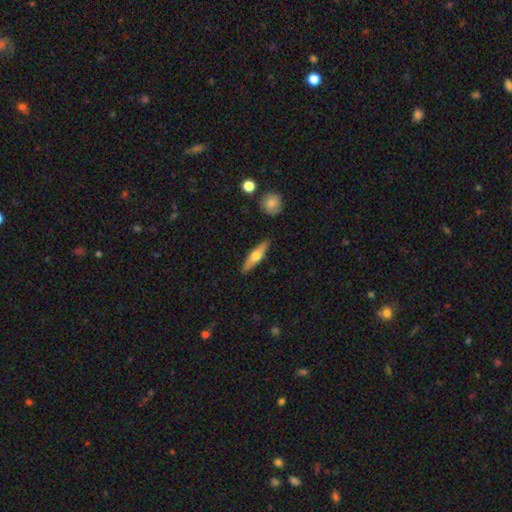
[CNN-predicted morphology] smooth-or-featured: smooth: 47% (tied) | featured or disk: 47% (tied) | star or artifact: 6%
  merging: none: 89% | minor disturbance: 8% | major disturbance: 2% | merger: 2%